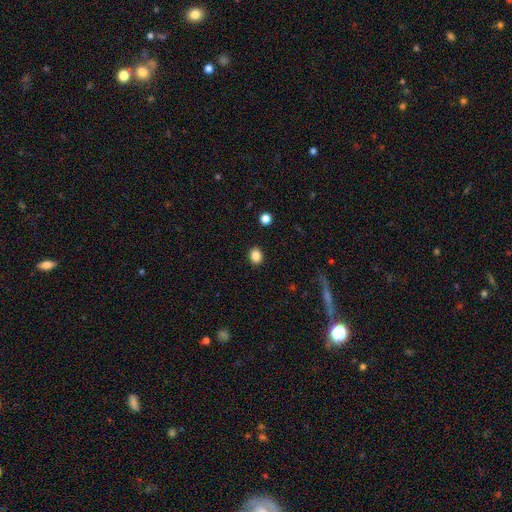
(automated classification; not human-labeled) The model was most divided on "how rounded": round: 55%, in between: 44%, cigar-shaped: 1%. More confident: merging — none (90%); smooth or featured — smooth (86%).